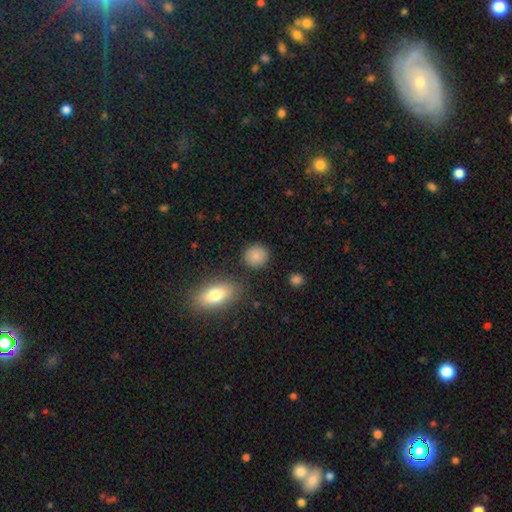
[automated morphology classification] This appears to be a smooth galaxy with no disk features (86%) that is round (87%). Merging: none (85%).